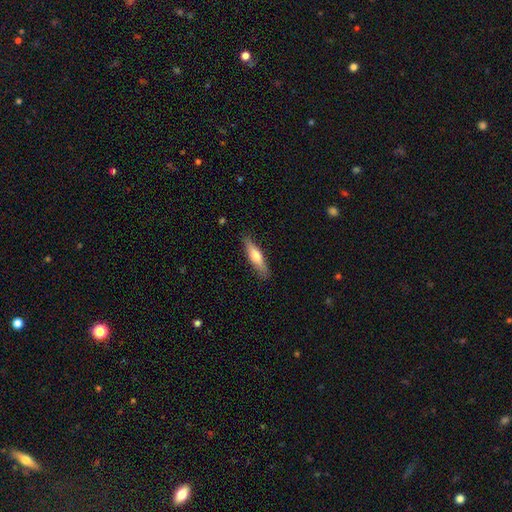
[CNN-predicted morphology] This appears to be a smooth galaxy with no disk features (61%) that is cigar-shaped (73%). Merging: none (86%).